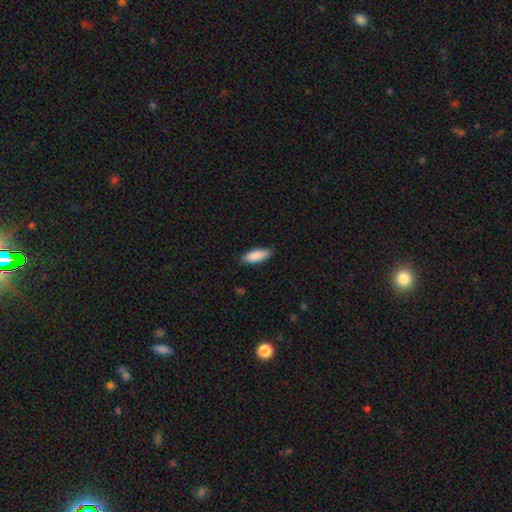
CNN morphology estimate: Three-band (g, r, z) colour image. It shows a smooth galaxy with no disk features (88%) that is in between round and cigar-shaped (62%). Merging: none (86%).